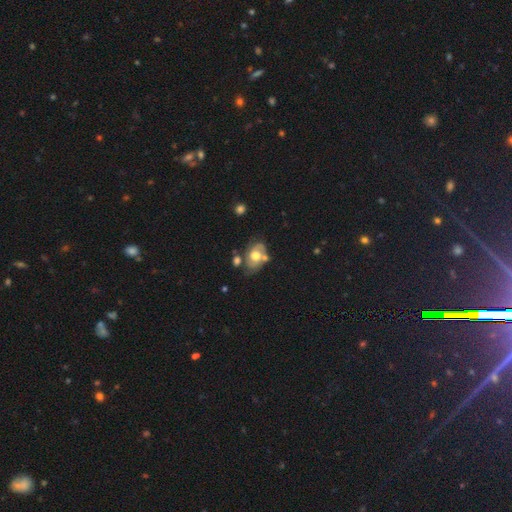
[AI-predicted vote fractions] smooth-or-featured: featured or disk: 57% | smooth: 35% | star or artifact: 8%
  disk-edge-on: no: 95% | yes: 5%
    bar: no: 80% | weak: 17% | strong: 4%
    has-spiral-arms: yes: 69% | no: 31%
    bulge-size: moderate: 60% | large: 30% | small: 6% | dominant: 2% | none: 2%
  merging: none: 46% | minor disturbance: 24% | merger: 18% | major disturbance: 12%